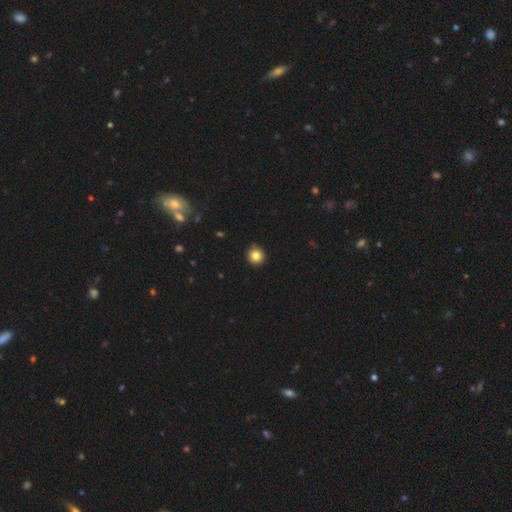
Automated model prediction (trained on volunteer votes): Smooth or featured?
  - smooth: 83% *
  - star or artifact: 11%
  - featured or disk: 6%
How rounded?
  - round: 93% *
  - in between: 6%
  - cigar-shaped: 1%
Merging?
  - none: 90% *
  - minor disturbance: 7%
  - major disturbance: 2%
  - merger: 1%